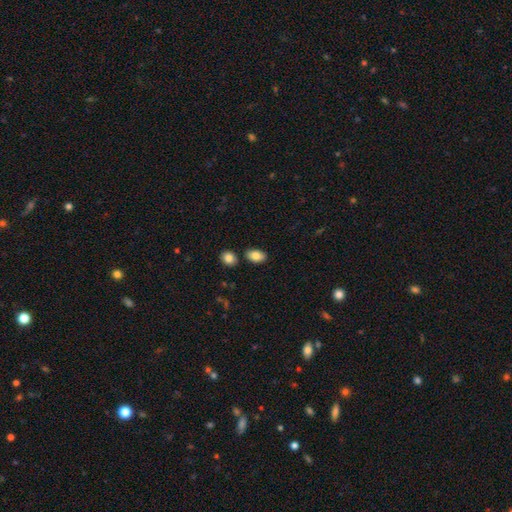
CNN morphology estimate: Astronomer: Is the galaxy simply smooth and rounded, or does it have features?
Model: smooth — 84%.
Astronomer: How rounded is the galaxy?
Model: in between — 90%.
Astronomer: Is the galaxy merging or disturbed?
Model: none — 80%.